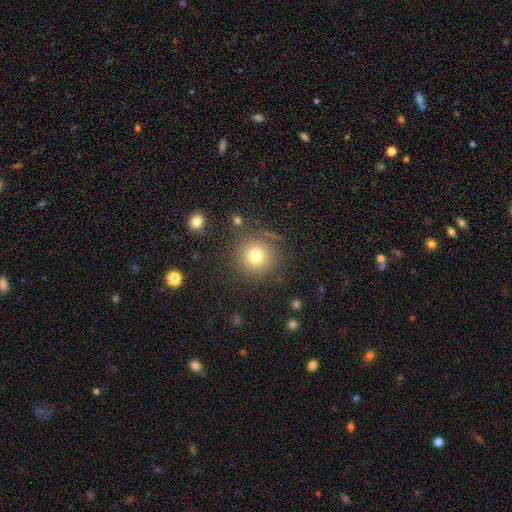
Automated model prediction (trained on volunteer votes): Morphology: type=smooth (76%); roundness=round (94%); merging=none (83%).